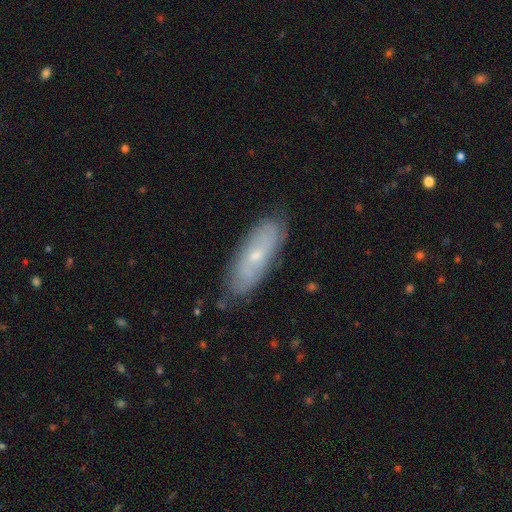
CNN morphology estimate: featured or disk 53%, smooth 40%, star or artifact 7%. Down the decision tree: edge-on disk — no (78%); merging — none (78%).